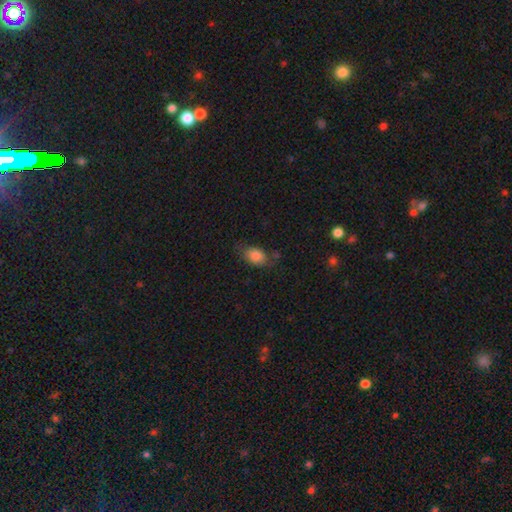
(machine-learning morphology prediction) This appears to be a smooth galaxy with no disk features (81%) that is in between round and cigar-shaped (86%). Merging: none (60%).